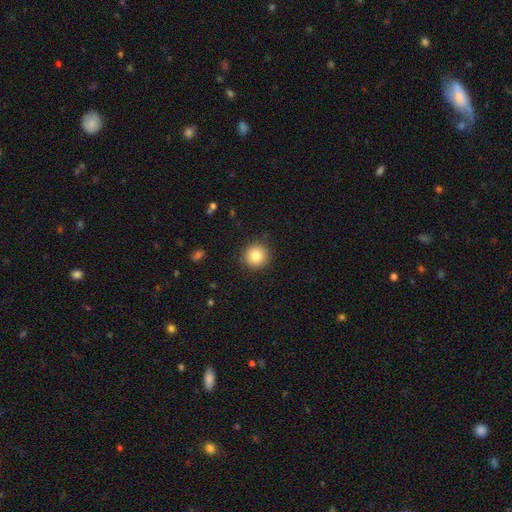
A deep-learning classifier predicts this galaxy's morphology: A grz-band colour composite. It shows a smooth galaxy with no disk features (85%) that is round (93%). Merging: none (90%).